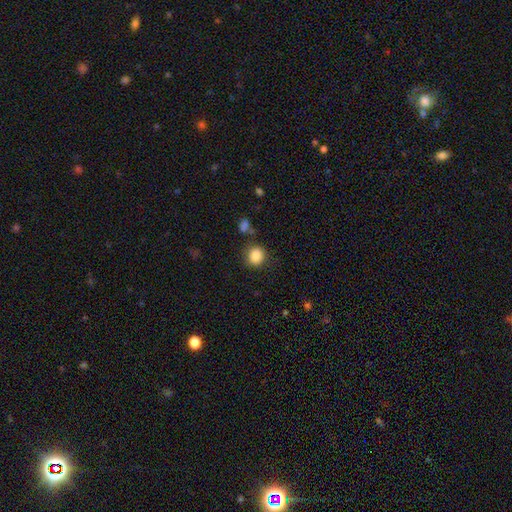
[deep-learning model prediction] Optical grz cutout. It shows a smooth galaxy with no disk features (86%) that is round (84%). Merging: none (83%).